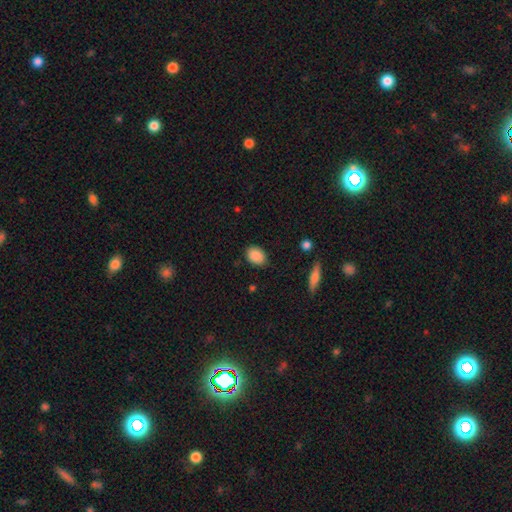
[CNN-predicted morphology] Smooth or featured: smooth — 88% (star or artifact — 8%)
How rounded: in between — 74% (round — 25%)
Merging: none — 85% (minor disturbance — 11%)